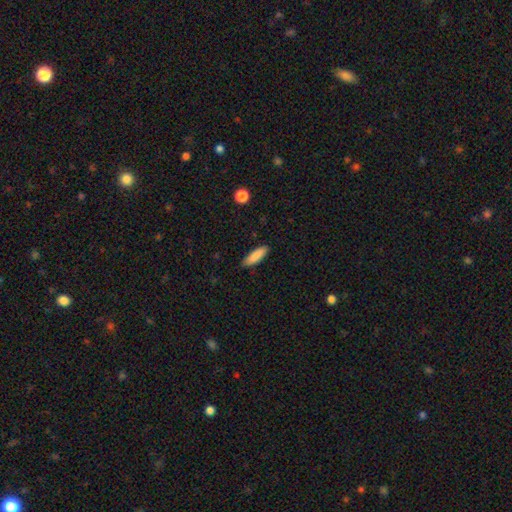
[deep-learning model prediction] Morphology: type=smooth (87%); roundness=cigar-shaped (54%); merging=none (86%).